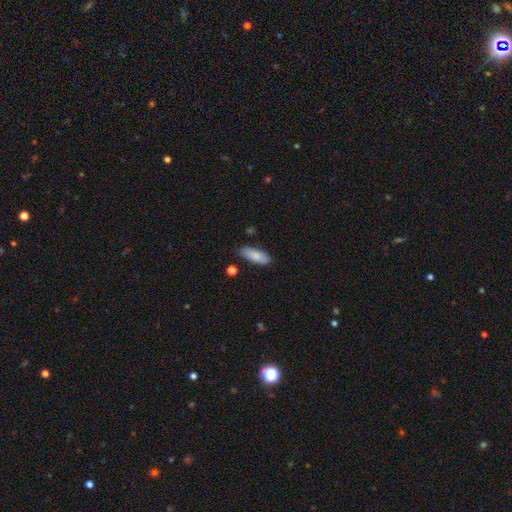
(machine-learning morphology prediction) This is clearly a smooth galaxy (83%). How rounded: likely in between (72%). Merging: likely none (79%).